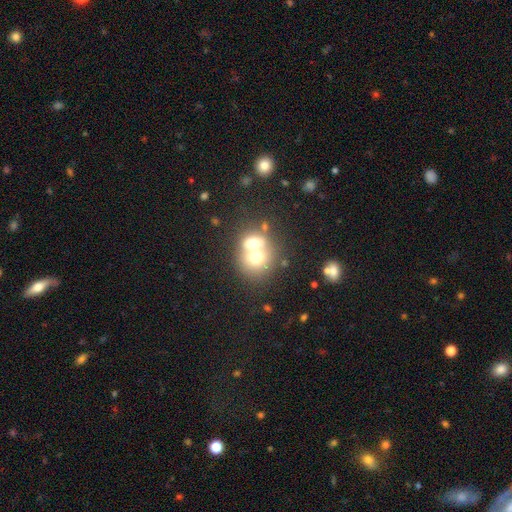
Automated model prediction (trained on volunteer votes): Q: Smooth or featured?
A: smooth (64%); runner-up: featured or disk (25%)
Q: How rounded?
A: round (73%); runner-up: in between (26%)
Q: Merging?
A: merger (66%); runner-up: none (24%)